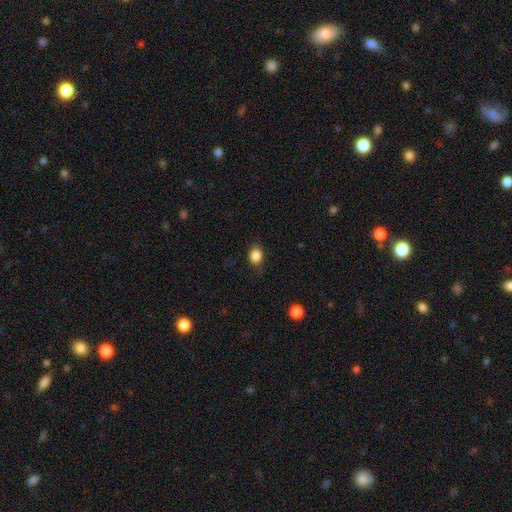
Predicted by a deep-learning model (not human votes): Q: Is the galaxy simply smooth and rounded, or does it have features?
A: smooth — 85%.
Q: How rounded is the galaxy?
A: round — 51%.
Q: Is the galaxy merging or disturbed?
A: none — 75%.